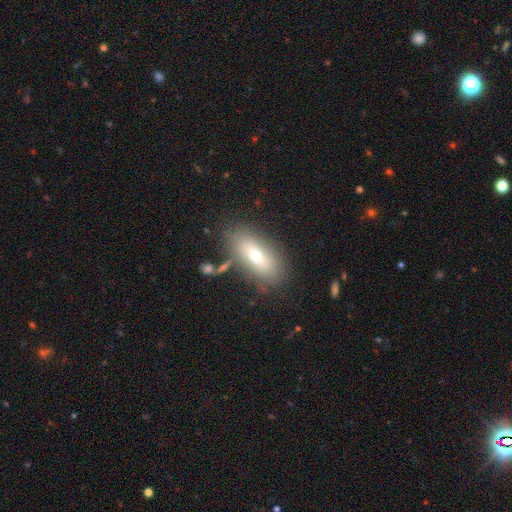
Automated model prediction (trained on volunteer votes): smooth-or-featured: smooth: 66% | featured or disk: 24% | star or artifact: 10%
  how-rounded: in between: 84% | cigar-shaped: 11% | round: 5%
  merging: none: 73% | minor disturbance: 15% | major disturbance: 6% | merger: 6%